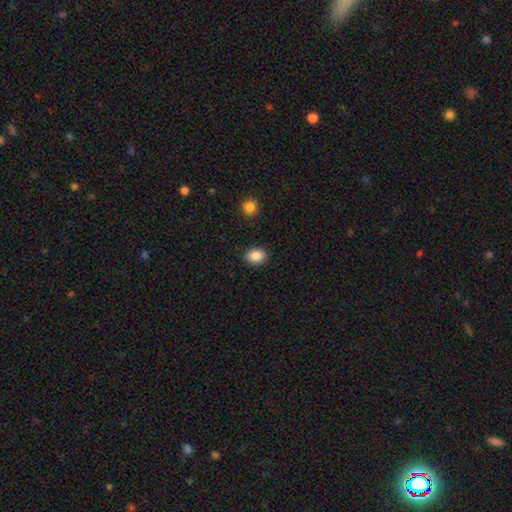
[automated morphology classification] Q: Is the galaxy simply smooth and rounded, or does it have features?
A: smooth — 88%.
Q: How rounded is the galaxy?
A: in between — 63%.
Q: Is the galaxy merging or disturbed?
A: none — 88%.